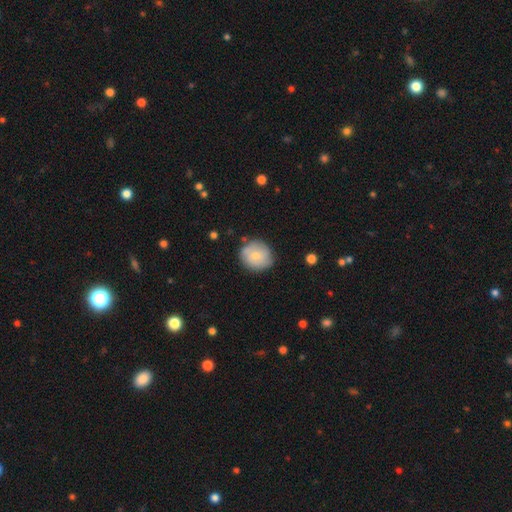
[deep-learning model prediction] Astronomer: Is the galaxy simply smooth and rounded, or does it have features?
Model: smooth — 67%.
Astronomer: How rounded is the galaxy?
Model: round — 83%.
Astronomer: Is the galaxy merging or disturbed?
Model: none — 78%.